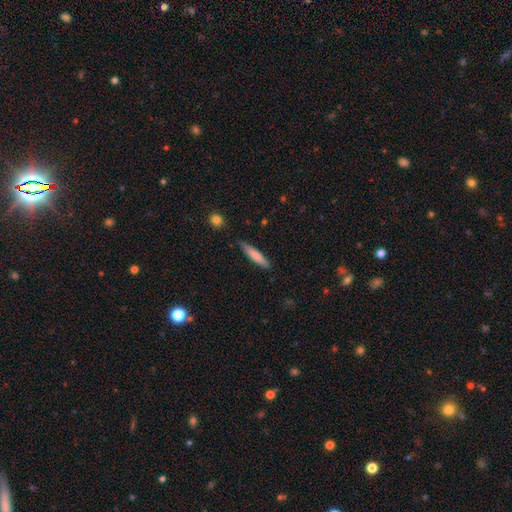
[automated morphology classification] Smooth or featured: smooth — 75% (featured or disk — 20%)
How rounded: cigar-shaped — 88% (in between — 11%)
Merging: none — 82% (minor disturbance — 14%)